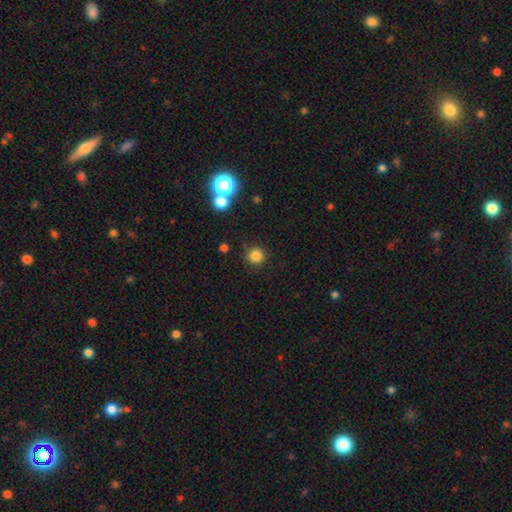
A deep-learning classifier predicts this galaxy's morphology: Smooth or featured? Predicted: smooth (p=0.83). How rounded? Predicted: round (p=0.94). Merging? Predicted: none (p=0.88).